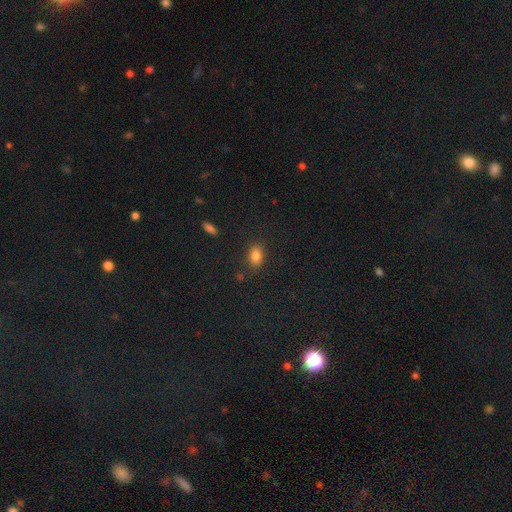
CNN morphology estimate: A smooth galaxy with no disk features (82%) that is in between round and cigar-shaped (81%).

Vote fractions:
- Smooth or featured? smooth: 82% / star or artifact: 12% / featured or disk: 6%
- How rounded? in between: 81% / round: 17% / cigar-shaped: 2%
- Merging? none: 84% / minor disturbance: 11% / major disturbance: 3% / merger: 2%